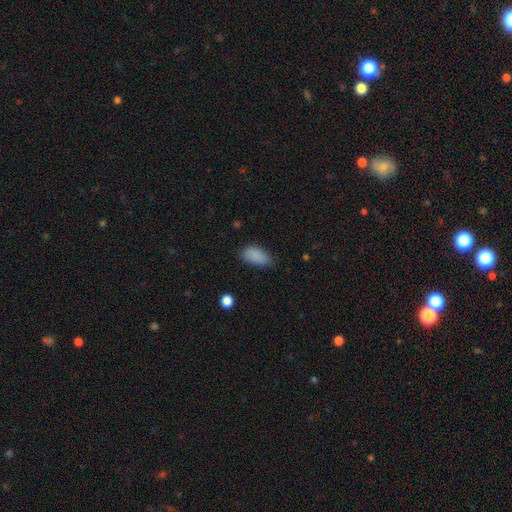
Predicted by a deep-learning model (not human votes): Smooth or featured: smooth — 87% (star or artifact — 9%)
How rounded: in between — 92% (cigar-shaped — 4%)
Merging: none — 76% (minor disturbance — 19%)